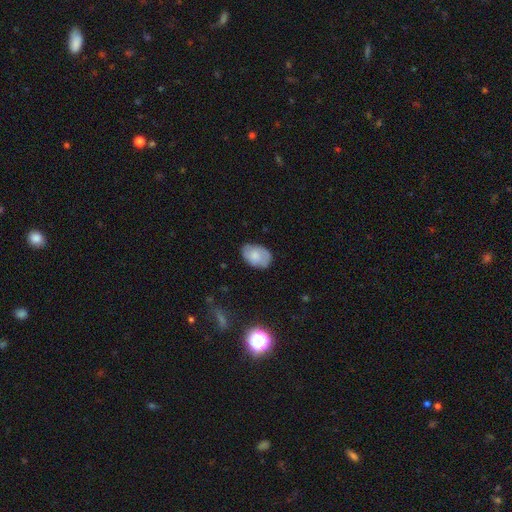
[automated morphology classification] This is likely a smooth galaxy (74%). How rounded: clearly in between (85%). Merging: likely none (73%).